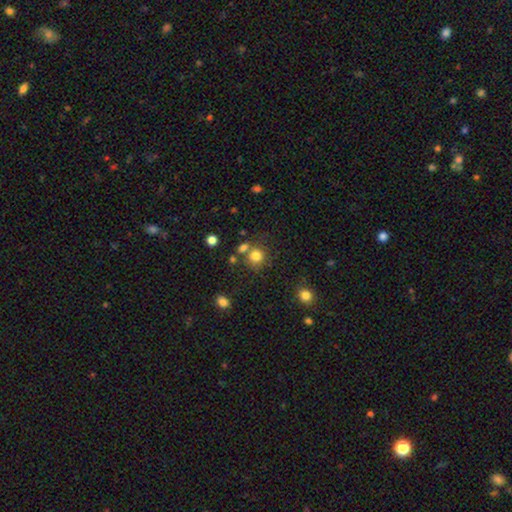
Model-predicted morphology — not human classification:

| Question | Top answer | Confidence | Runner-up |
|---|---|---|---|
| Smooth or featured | smooth | 79% | star or artifact (13%) |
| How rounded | round | 86% | in between (13%) |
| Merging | none | 65% | merger (19%) |